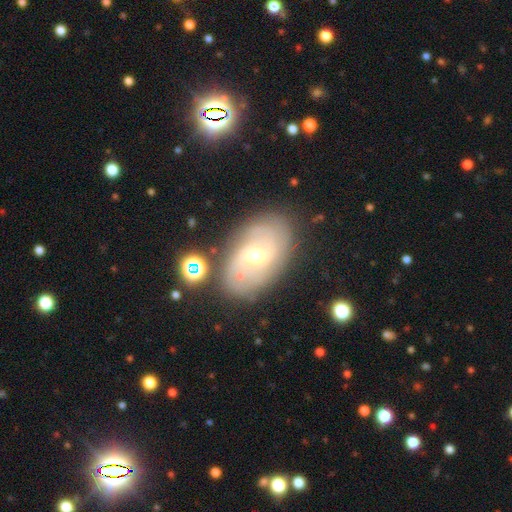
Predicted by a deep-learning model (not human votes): smooth-or-featured: featured or disk: 71% | smooth: 20% | star or artifact: 9%
  disk-edge-on: no: 95% | yes: 5%
    bar: weak: 48% | no: 42% | strong: 11%
    has-spiral-arms: yes: 86% | no: 14%
      spiral-winding: tight: 41% | medium: 38% | loose: 20%
      spiral-arm-count: 2: 48% | can't tell: 31% | 3: 10% | 4: 4% | 1: 3% | more than 4: 3%
    bulge-size: moderate: 49% | small: 46% | large: 2% | none: 1% | dominant: 1%
  merging: none: 74% | minor disturbance: 15% | major disturbance: 5% | merger: 5%